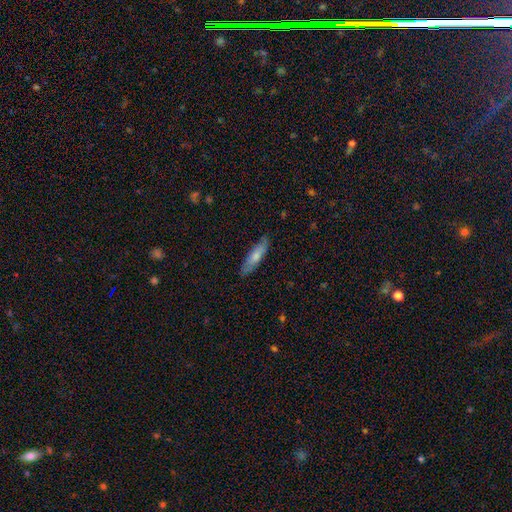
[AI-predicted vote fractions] smooth 68%, featured or disk 27%, star or artifact 5%. Down the decision tree: how rounded — cigar-shaped (64%); merging — none (81%).